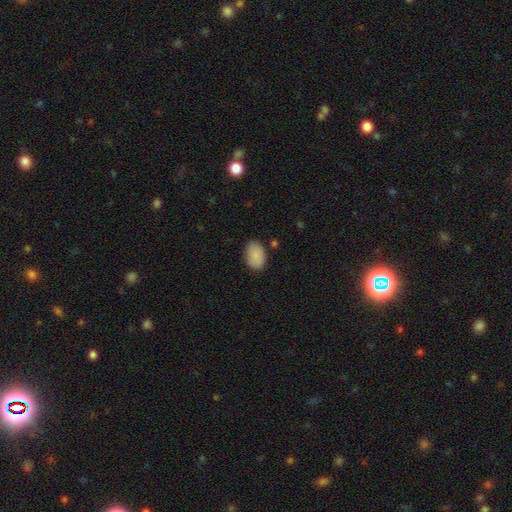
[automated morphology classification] This is clearly a smooth galaxy (89%). How rounded: clearly in between (88%). Merging: clearly none (83%).